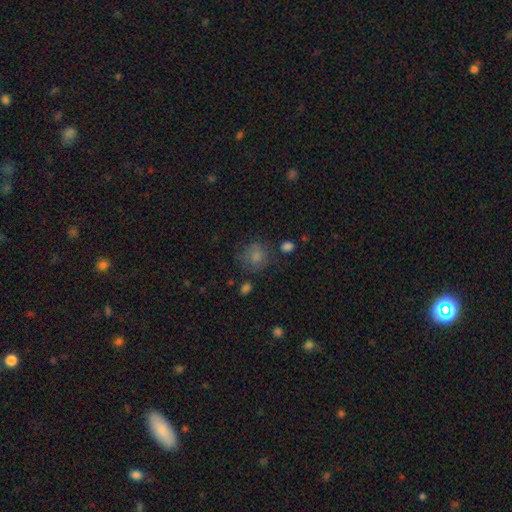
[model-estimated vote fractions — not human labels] This appears to be a smooth galaxy with no disk features (75%) that is round (75%). Merging: none (58%).